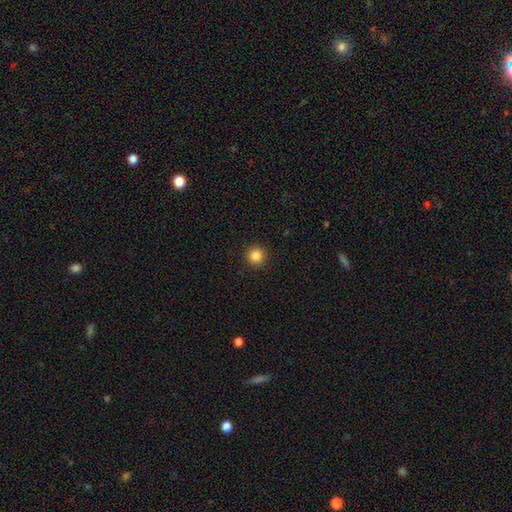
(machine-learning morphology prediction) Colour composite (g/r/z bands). It shows a smooth galaxy with no disk features (85%) that is round (95%). Merging: none (93%).